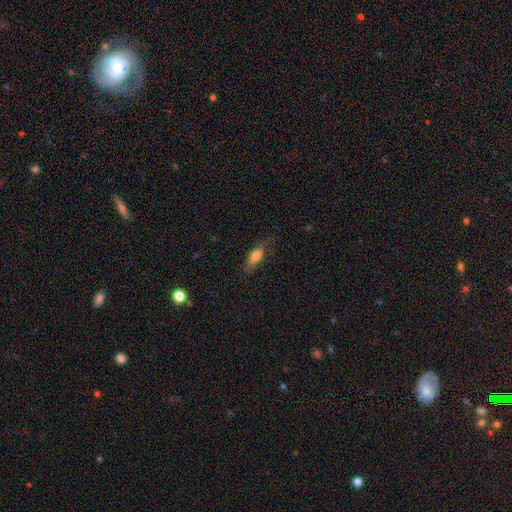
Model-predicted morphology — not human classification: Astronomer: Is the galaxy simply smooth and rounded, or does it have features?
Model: smooth — 75%.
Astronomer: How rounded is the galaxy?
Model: in between — 78%.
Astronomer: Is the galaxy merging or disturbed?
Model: none — 62%.